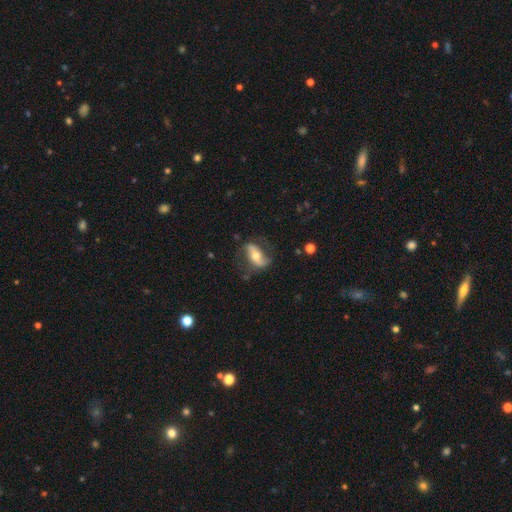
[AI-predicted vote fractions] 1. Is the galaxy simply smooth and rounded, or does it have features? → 61% featured or disk, 33% smooth, 7% star or artifact.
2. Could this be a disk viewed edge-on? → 87% no, 13% yes.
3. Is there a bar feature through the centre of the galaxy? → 40% strong, 35% no, 25% weak.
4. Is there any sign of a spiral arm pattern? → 75% yes, 25% no.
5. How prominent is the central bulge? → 65% moderate, 24% small, 8% large, 2% none, 1% dominant.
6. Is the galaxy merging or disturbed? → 63% none, 22% minor disturbance, 13% major disturbance, 2% merger.